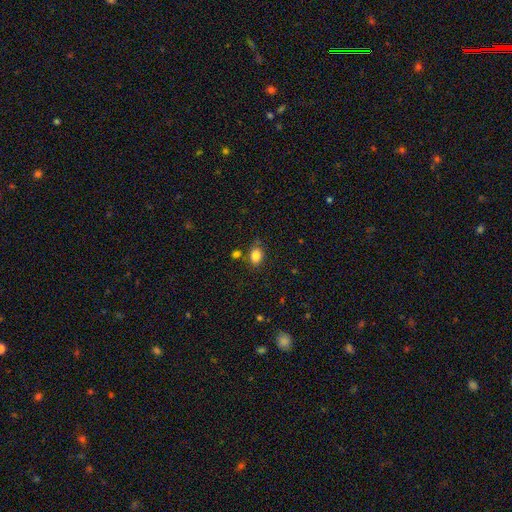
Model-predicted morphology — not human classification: Smooth or featured: smooth — 84% (star or artifact — 10%)
How rounded: in between — 64% (round — 35%)
Merging: none — 72% (minor disturbance — 16%)